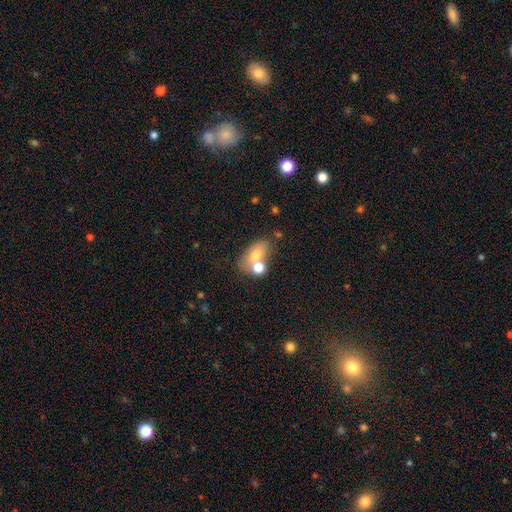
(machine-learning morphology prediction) Smooth or featured? smooth (68%)
How rounded? in between (81%)
Merging? none (42%)